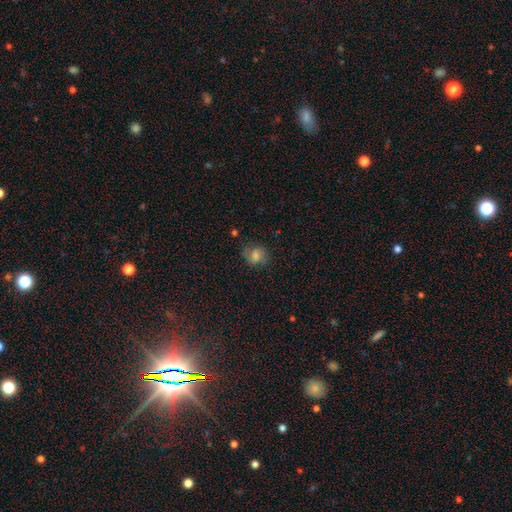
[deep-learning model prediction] Overall: smooth (66%). How rounded: round (66%; in between 33%). Merging: none (66%).